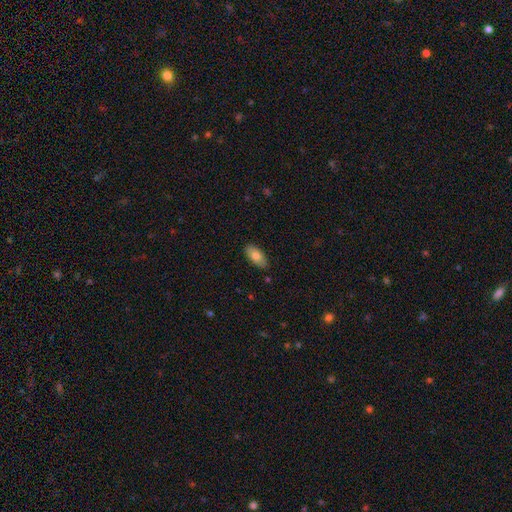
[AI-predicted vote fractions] Q: Smooth or featured?
A: smooth (77%); runner-up: featured or disk (17%)
Q: How rounded?
A: in between (90%); runner-up: cigar-shaped (7%)
Q: Merging?
A: none (86%); runner-up: minor disturbance (11%)